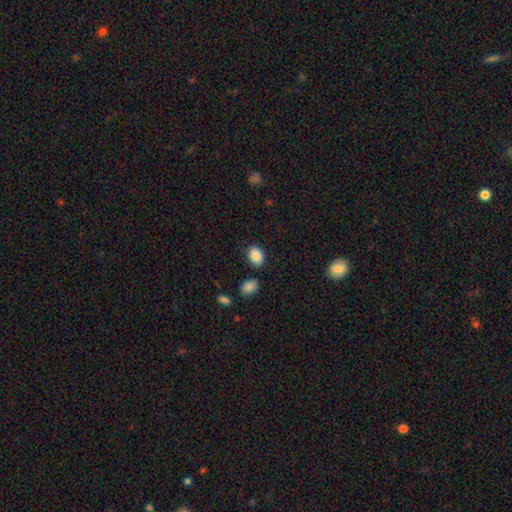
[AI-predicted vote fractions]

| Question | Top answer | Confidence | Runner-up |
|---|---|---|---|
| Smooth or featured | smooth | 87% | star or artifact (8%) |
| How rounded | in between | 79% | round (20%) |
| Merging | none | 82% | minor disturbance (11%) |